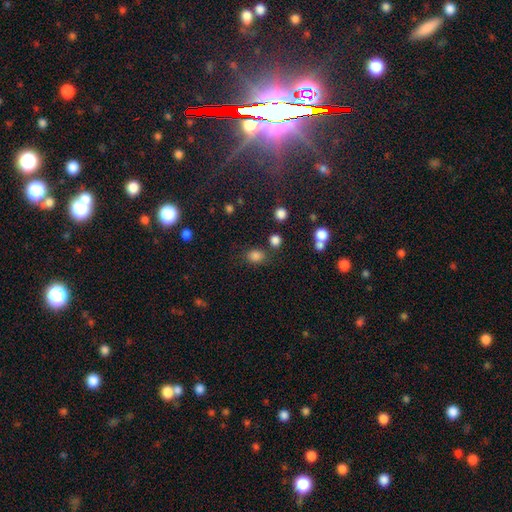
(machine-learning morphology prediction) Smooth or featured? Predicted: smooth (p=0.82). How rounded? Predicted: round (p=0.53). Merging? Predicted: none (p=0.74).